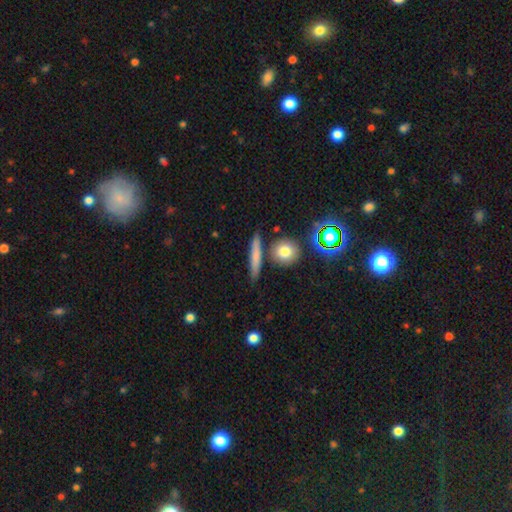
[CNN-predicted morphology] smooth 67%, featured or disk 23%, star or artifact 9%. Down the decision tree: how rounded — cigar-shaped (80%); merging — none (82%).